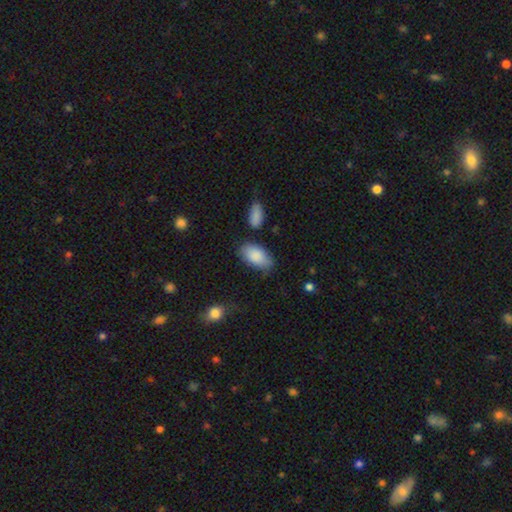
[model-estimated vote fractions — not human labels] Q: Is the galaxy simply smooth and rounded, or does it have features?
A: smooth — 88%.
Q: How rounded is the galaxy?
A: in between — 95%.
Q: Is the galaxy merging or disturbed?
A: none — 68%.